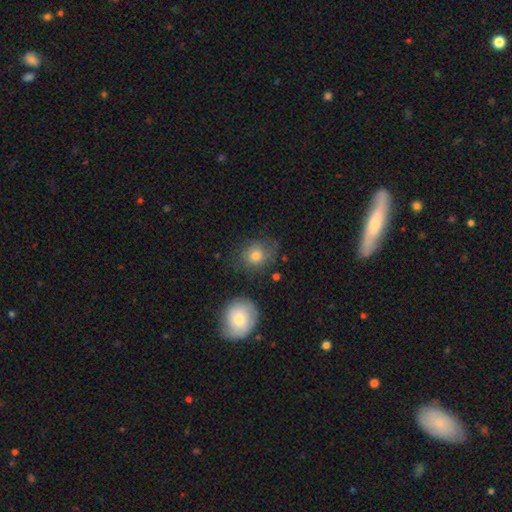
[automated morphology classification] A smooth galaxy with no disk features (62%) that is round (72%).

Vote fractions:
- Smooth or featured? smooth: 62% / featured or disk: 28% / star or artifact: 10%
- How rounded? round: 72% / in between: 26% / cigar-shaped: 1%
- Merging? none: 59% / minor disturbance: 22% / major disturbance: 14% / merger: 4%